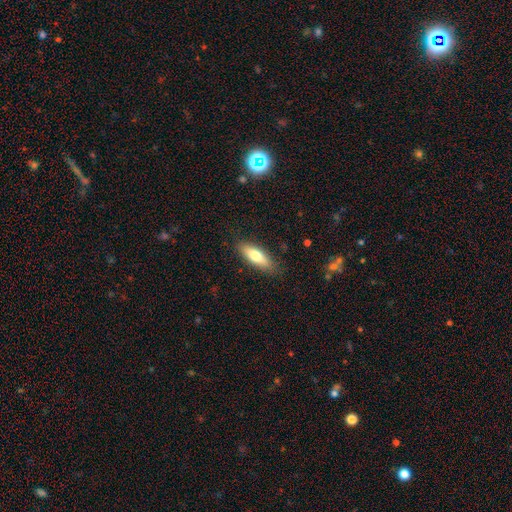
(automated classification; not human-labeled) The model was most divided on "how rounded": in between: 56%, cigar-shaped: 42%, round: 2%. More confident: merging — none (85%); smooth or featured — smooth (72%).